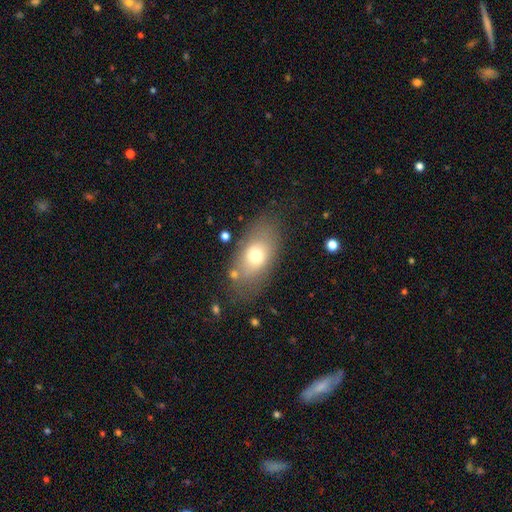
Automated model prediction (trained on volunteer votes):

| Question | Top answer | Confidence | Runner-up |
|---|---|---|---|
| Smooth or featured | smooth | 67% | featured or disk (23%) |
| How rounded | in between | 85% | round (12%) |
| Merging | none | 74% | minor disturbance (15%) |